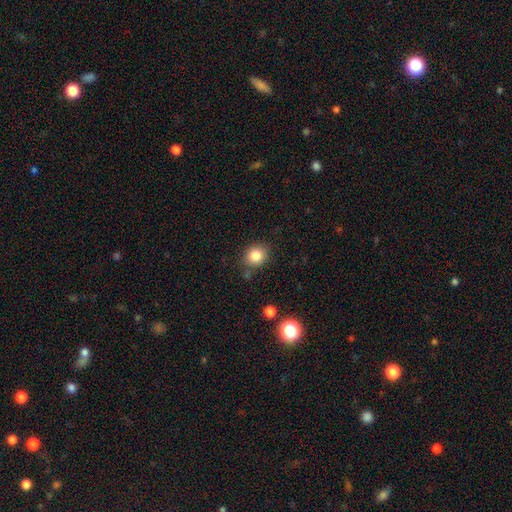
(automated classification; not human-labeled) Smooth or featured: smooth — 83% (star or artifact — 11%)
How rounded: round — 75% (in between — 24%)
Merging: none — 79% (minor disturbance — 14%)